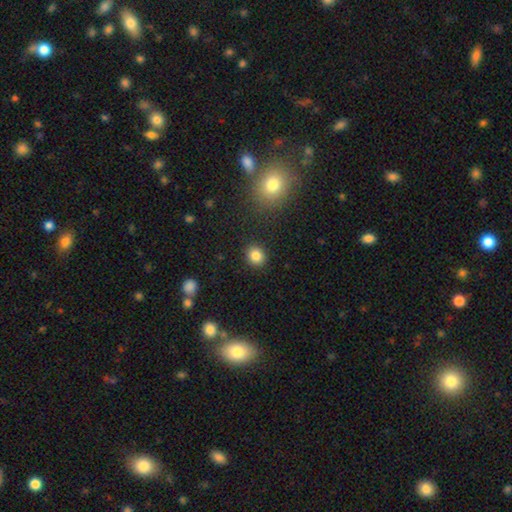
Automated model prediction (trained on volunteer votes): Smooth or featured? Predicted: smooth (p=0.84). How rounded? Predicted: round (p=0.74). Merging? Predicted: none (p=0.89).